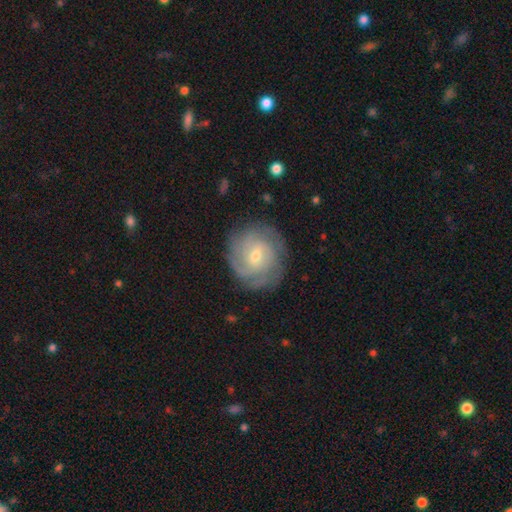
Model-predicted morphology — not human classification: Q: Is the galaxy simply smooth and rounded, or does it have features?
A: featured or disk — 80%.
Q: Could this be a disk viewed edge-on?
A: no — 98%.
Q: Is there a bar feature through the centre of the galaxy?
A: no — 50%.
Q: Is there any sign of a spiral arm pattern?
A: yes — 95%.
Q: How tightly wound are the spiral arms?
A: tight — 68%.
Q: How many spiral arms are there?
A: can't tell — 32%.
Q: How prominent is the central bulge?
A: small — 51%.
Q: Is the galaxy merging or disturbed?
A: none — 81%.